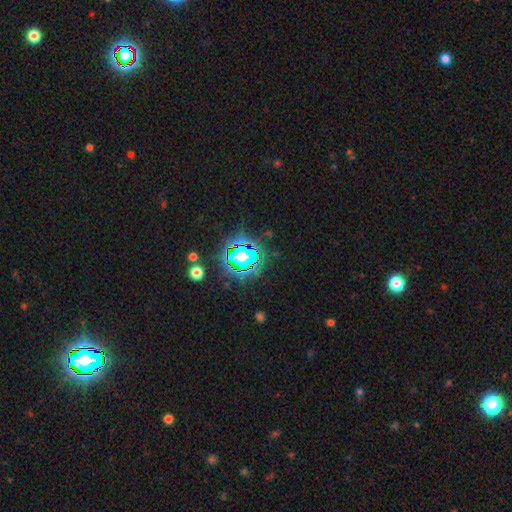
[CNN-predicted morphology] Q: Smooth or featured?
A: star or artifact (82%); runner-up: smooth (11%)